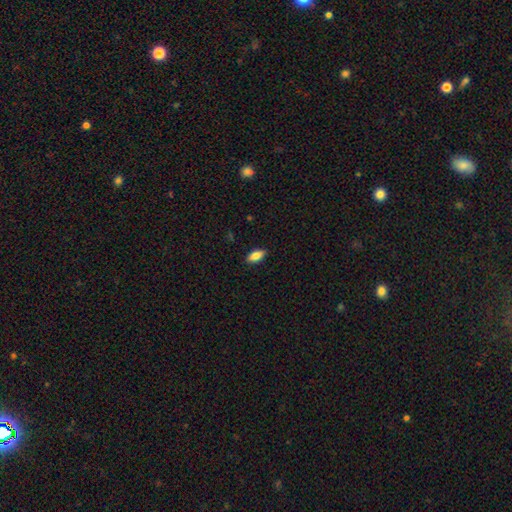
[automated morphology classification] A smooth galaxy with no disk features (81%) that is in between round and cigar-shaped (85%). Merging: none (88%).